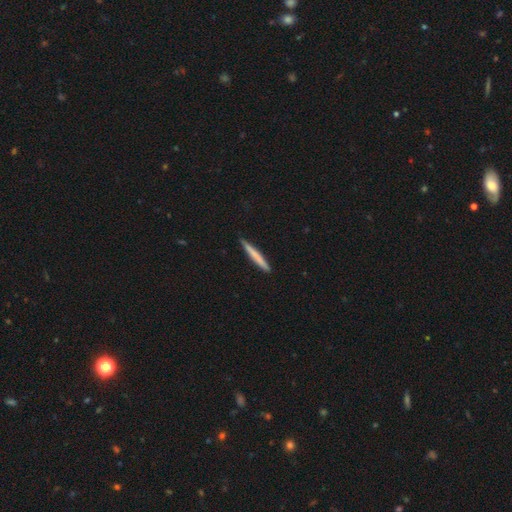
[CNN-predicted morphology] This appears to be a smooth galaxy with no disk features (68%) that is cigar-shaped (97%). Merging: none (90%).